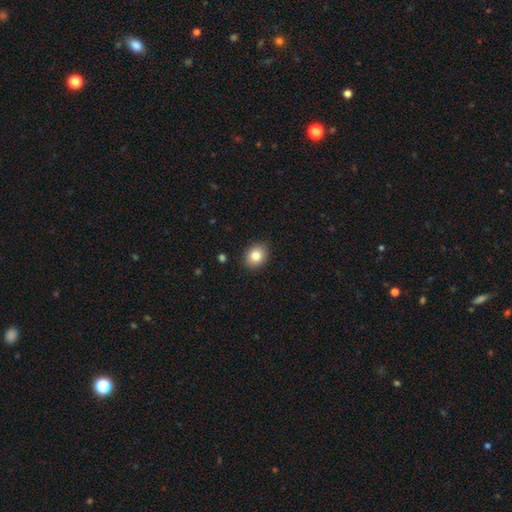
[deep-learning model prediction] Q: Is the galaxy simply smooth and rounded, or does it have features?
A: smooth — 83%.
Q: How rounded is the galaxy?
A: round — 56%.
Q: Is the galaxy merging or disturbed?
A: none — 87%.